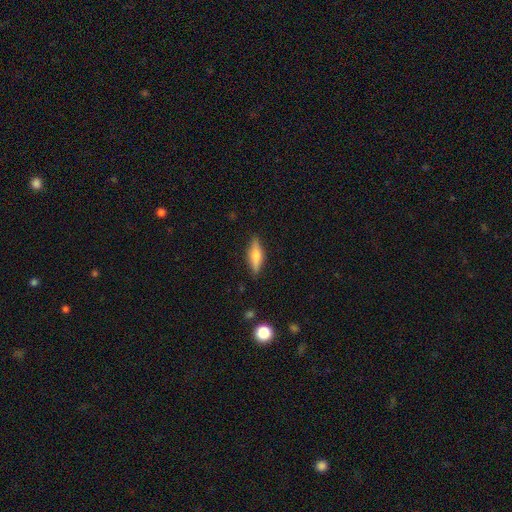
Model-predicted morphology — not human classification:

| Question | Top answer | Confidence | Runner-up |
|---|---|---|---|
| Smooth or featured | smooth | 53% | featured or disk (40%) |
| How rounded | cigar-shaped | 55% | in between (42%) |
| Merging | none | 85% | minor disturbance (11%) |